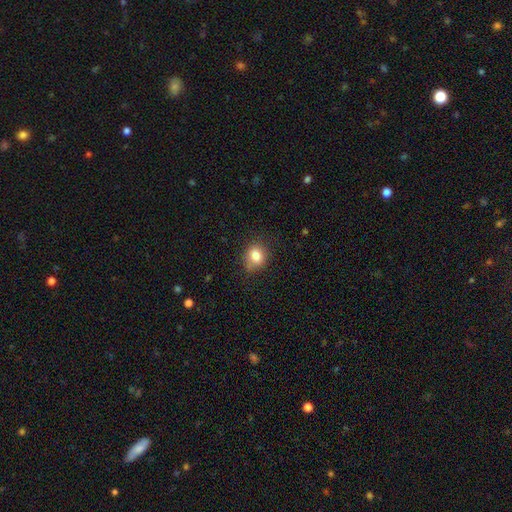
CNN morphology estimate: Smooth or featured? Predicted: smooth (p=0.82). How rounded? Predicted: round (p=0.64). Merging? Predicted: none (p=0.72).